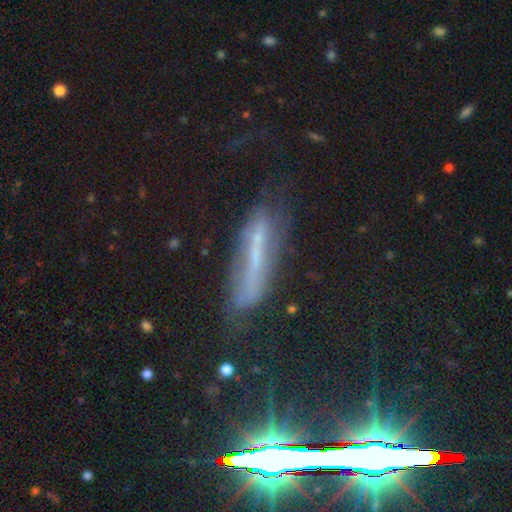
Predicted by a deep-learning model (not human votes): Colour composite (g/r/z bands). It shows a featured or disk galaxy (43%). Merging: none (57%).